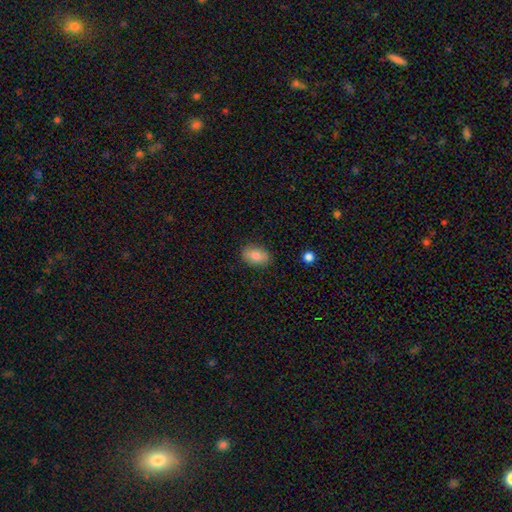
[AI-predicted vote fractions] A smooth galaxy with no disk features (82%) that is in between round and cigar-shaped (86%).

Vote fractions:
- Smooth or featured? smooth: 82% / featured or disk: 10% / star or artifact: 8%
- How rounded? in between: 86% / round: 12% / cigar-shaped: 2%
- Merging? none: 86% / minor disturbance: 10% / major disturbance: 2% / merger: 1%